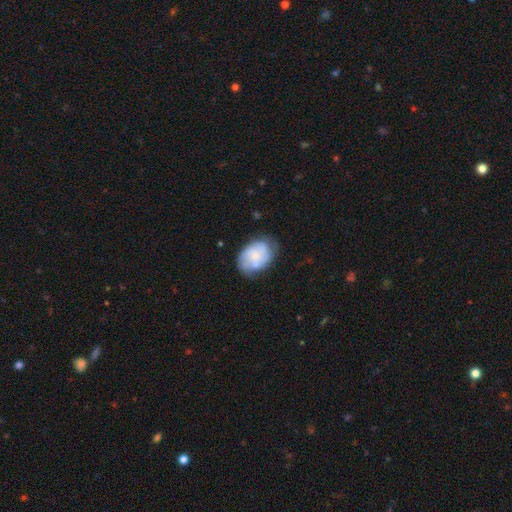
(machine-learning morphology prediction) A smooth galaxy with no disk features (49%). Merging: none (55%).